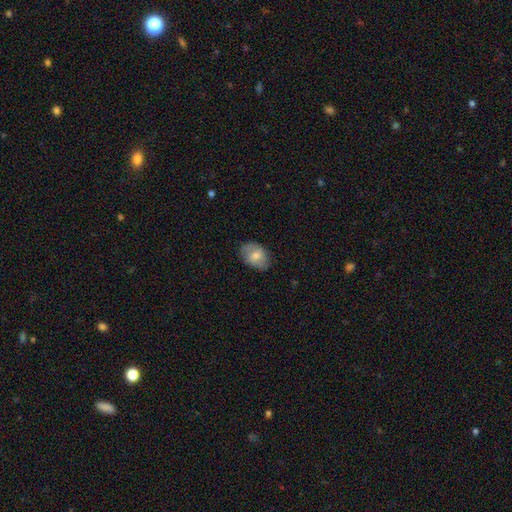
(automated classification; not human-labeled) Smooth or featured?
  - smooth: 67% *
  - featured or disk: 26%
  - star or artifact: 7%
How rounded?
  - in between: 81% *
  - round: 18%
  - cigar-shaped: 1%
Merging?
  - none: 76% *
  - minor disturbance: 19%
  - major disturbance: 4%
  - merger: 1%